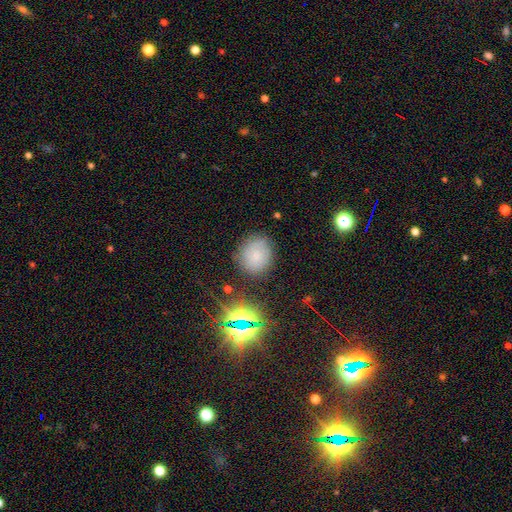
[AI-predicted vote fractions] This appears to be a smooth galaxy with no disk features (69%) that is round (66%). Merging: none (81%).